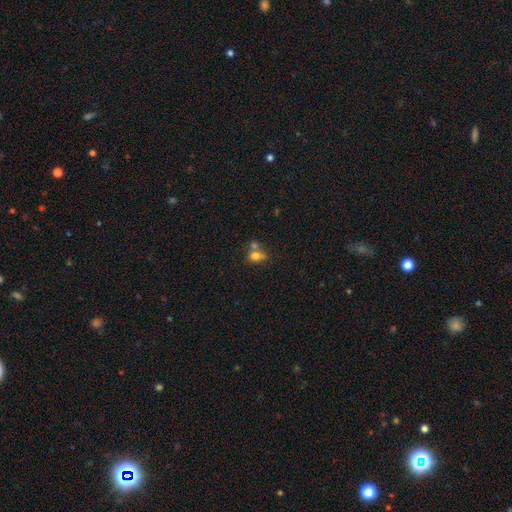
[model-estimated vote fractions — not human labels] Smooth or featured? Predicted: smooth (p=0.72). How rounded? Predicted: in between (p=0.50). Merging? Predicted: merger (p=0.51).